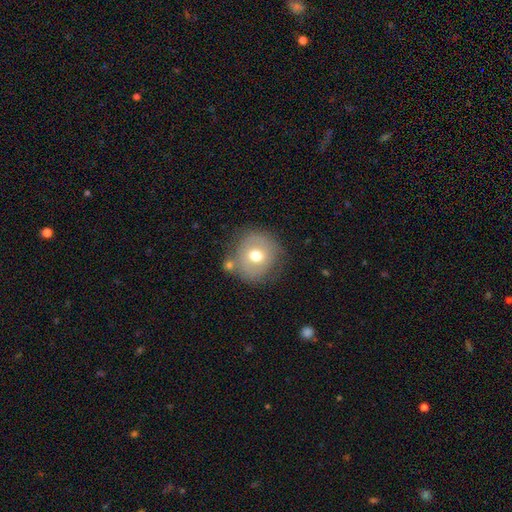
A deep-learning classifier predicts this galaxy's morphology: A smooth galaxy with no disk features (63%) that is round (90%).

Vote fractions:
- Smooth or featured? smooth: 63% / featured or disk: 27% / star or artifact: 10%
- How rounded? round: 90% / in between: 9% / cigar-shaped: 1%
- Merging? none: 69% / minor disturbance: 16% / merger: 9% / major disturbance: 6%